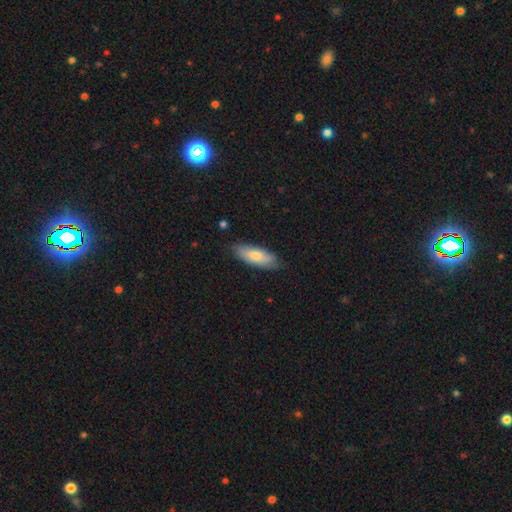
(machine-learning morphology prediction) type=smooth (76%); roundness=in between (73%); merging=none (81%).